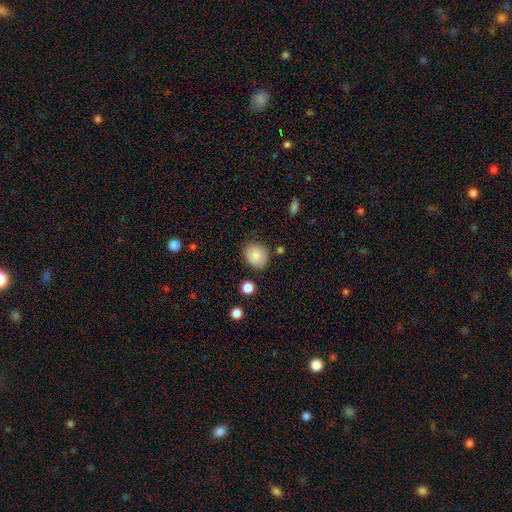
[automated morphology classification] Q: Smooth or featured?
A: smooth (87%); runner-up: star or artifact (8%)
Q: How rounded?
A: round (69%); runner-up: in between (30%)
Q: Merging?
A: none (80%); runner-up: minor disturbance (14%)